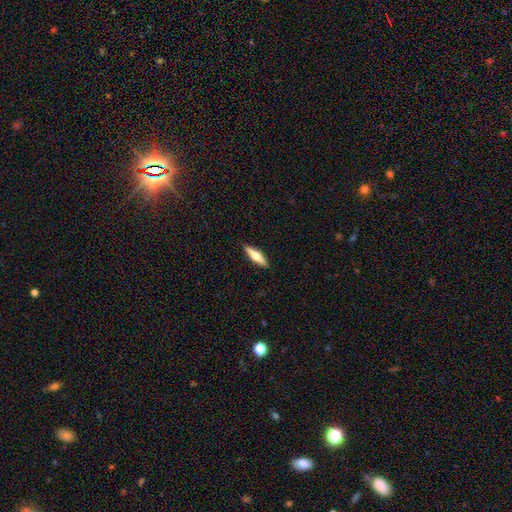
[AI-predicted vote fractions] smooth_or_featured: featured or disk (p=0.49) [alt: smooth p=0.46]
merging: none (p=0.90) [alt: minor disturbance p=0.07]